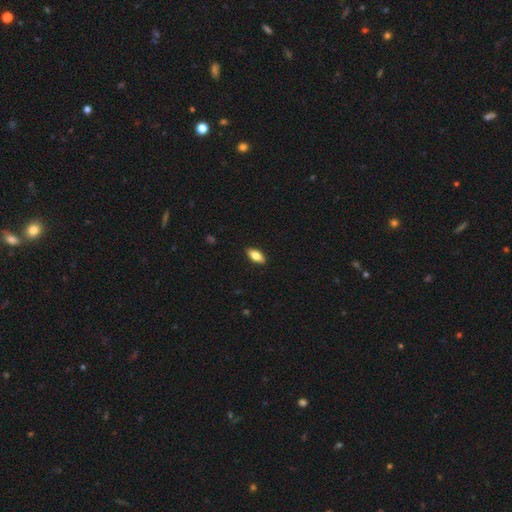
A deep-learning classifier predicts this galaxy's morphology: smooth 76%, featured or disk 17%, star or artifact 7%. Down the decision tree: how rounded — in between (82%); merging — none (90%).